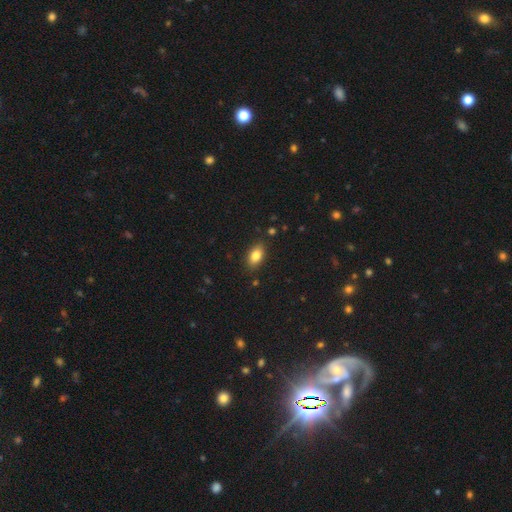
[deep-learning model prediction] This appears to be a smooth galaxy with no disk features (83%) that is in between round and cigar-shaped (89%). Merging: none (86%).